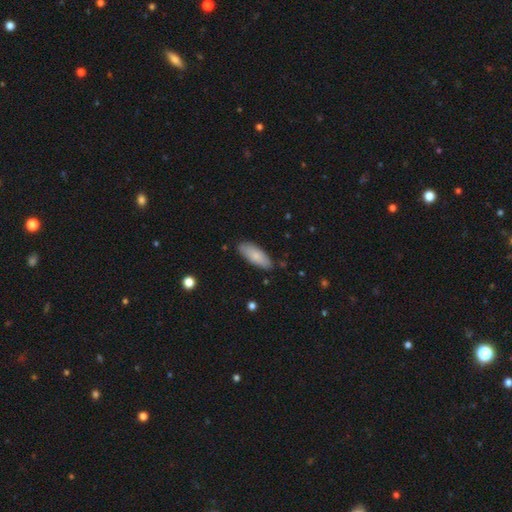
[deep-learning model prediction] Smooth or featured? smooth (82%)
How rounded? in between (74%)
Merging? none (84%)